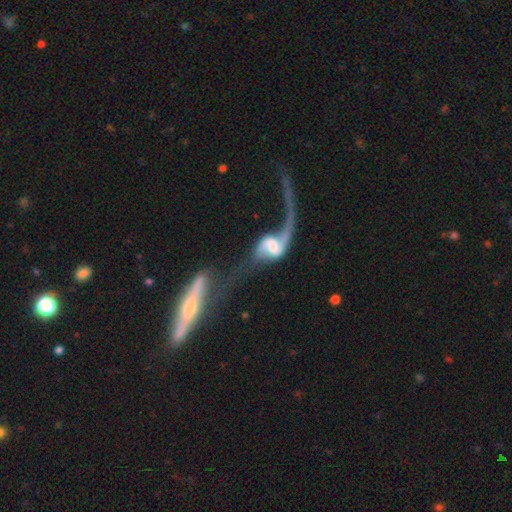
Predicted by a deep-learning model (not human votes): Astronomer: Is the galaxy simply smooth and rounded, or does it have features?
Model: featured or disk — 76%.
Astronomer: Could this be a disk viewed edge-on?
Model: no — 70%.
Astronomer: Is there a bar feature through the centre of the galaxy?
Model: no — 56%.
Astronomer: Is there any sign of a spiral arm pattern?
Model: yes — 73%.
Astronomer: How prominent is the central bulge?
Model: moderate — 43% (runner-up: small, 26%).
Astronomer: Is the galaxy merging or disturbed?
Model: merger — 57%.